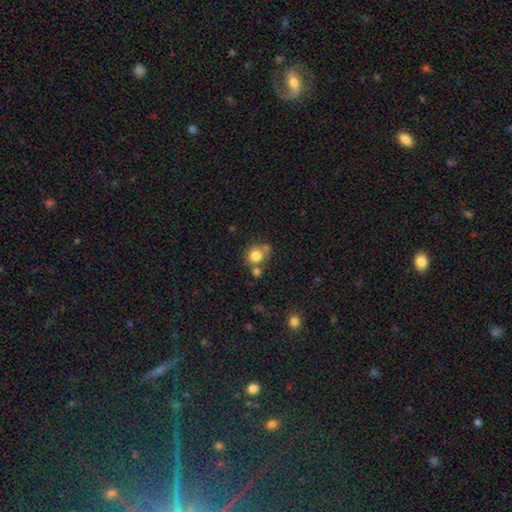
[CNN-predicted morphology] Q: Smooth or featured?
A: smooth (78%); runner-up: featured or disk (11%)
Q: How rounded?
A: round (76%); runner-up: in between (23%)
Q: Merging?
A: none (50%); runner-up: merger (27%)